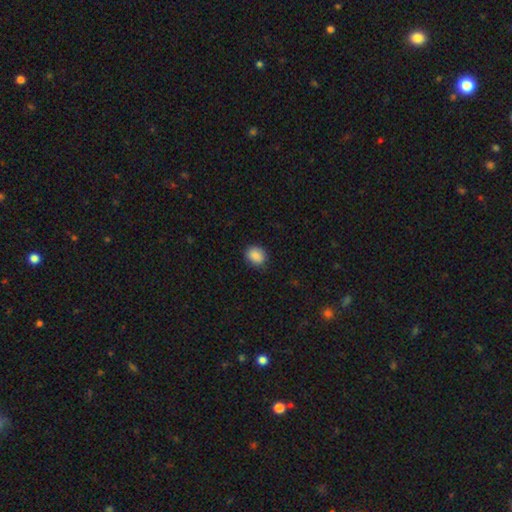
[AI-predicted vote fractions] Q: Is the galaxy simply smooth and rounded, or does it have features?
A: smooth — 88%.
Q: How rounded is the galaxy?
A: round — 50%.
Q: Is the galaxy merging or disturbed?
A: none — 85%.